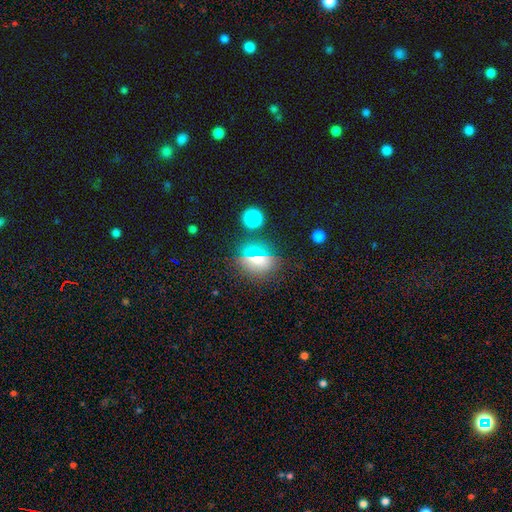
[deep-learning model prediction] Smooth or featured: smooth — 54% (star or artifact — 27%)
How rounded: round — 66% (in between — 29%)
Merging: none — 83% (minor disturbance — 10%)